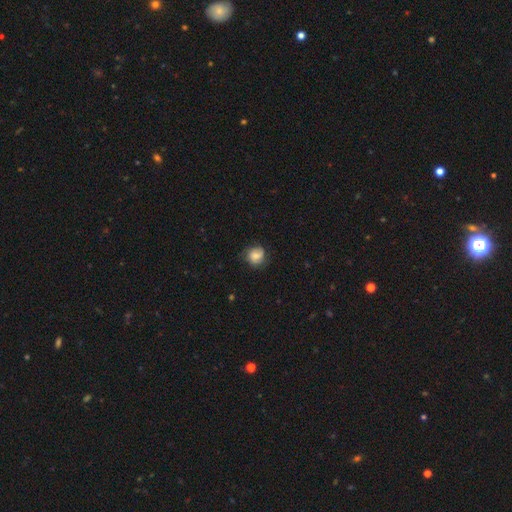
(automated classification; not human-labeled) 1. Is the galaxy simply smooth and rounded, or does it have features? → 61% smooth, 30% featured or disk, 9% star or artifact.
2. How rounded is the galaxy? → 75% round, 24% in between, 1% cigar-shaped.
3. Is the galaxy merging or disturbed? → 65% none, 25% minor disturbance, 9% major disturbance, 1% merger.